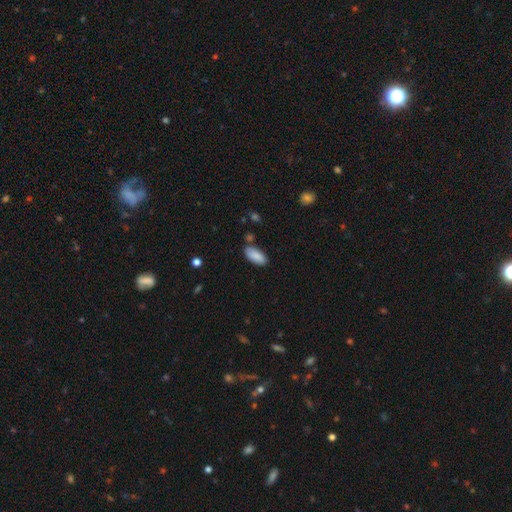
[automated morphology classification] smooth 88%, star or artifact 6%, featured or disk 6%. Down the decision tree: how rounded — in between (89%); merging — none (79%).